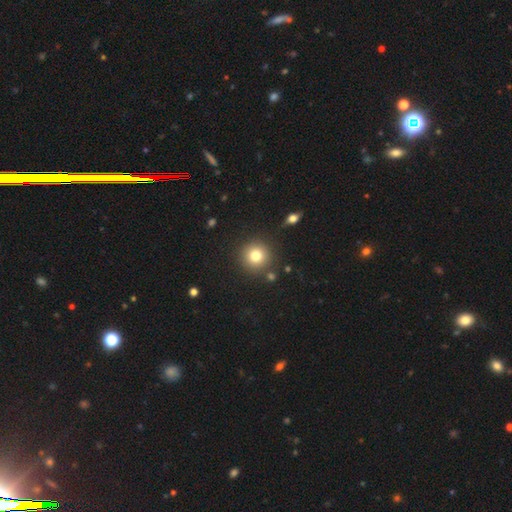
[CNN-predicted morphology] Smooth or featured: smooth — 79% (star or artifact — 12%)
How rounded: round — 95% (in between — 4%)
Merging: none — 88% (minor disturbance — 6%)